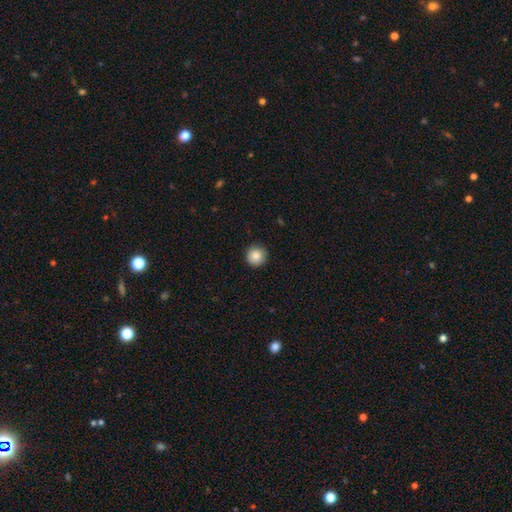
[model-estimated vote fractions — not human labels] Smooth or featured?
  - smooth: 85% *
  - star or artifact: 9%
  - featured or disk: 6%
How rounded?
  - round: 96% *
  - in between: 3%
  - cigar-shaped: 1%
Merging?
  - none: 92% *
  - minor disturbance: 6%
  - major disturbance: 2%
  - merger: 1%